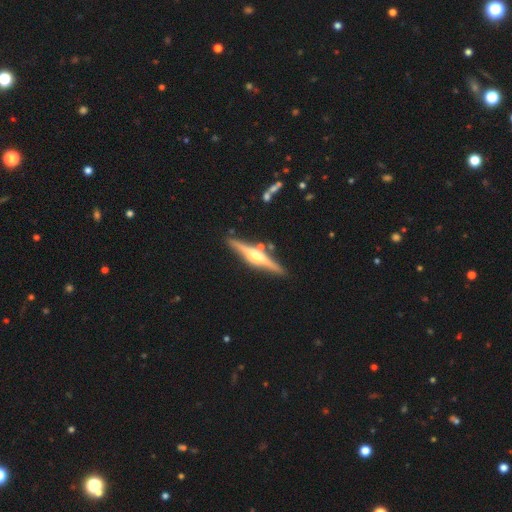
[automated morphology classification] smooth_or_featured: featured or disk (p=0.78) [alt: smooth p=0.17]
disk_edge_on: yes (p=0.98) [alt: no p=0.02]
edge_on_bulge: rounded (p=0.90) [alt: boxy p=0.06]
merging: none (p=0.86) [alt: minor disturbance p=0.08]